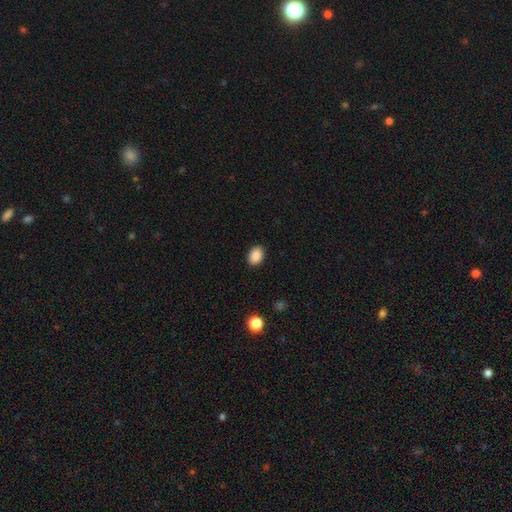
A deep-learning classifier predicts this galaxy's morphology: A smooth galaxy with no disk features (89%) that is in between round and cigar-shaped (74%). Merging: none (89%).